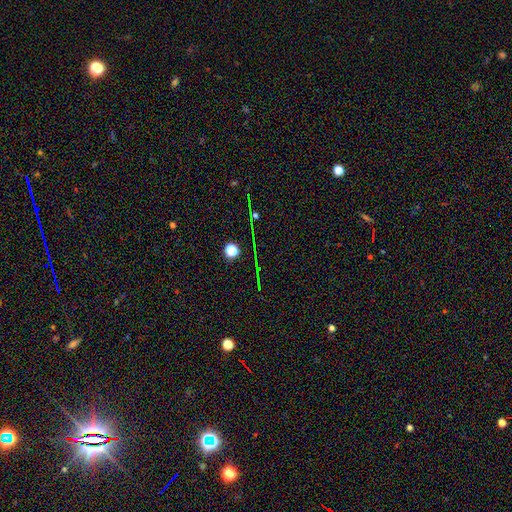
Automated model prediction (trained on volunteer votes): star or artifact 74%, smooth 16%, featured or disk 10%.